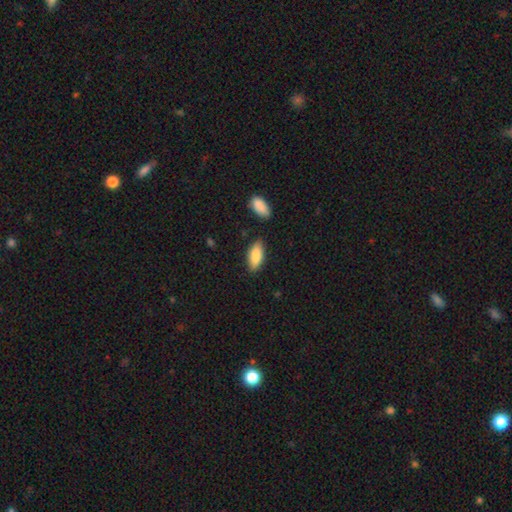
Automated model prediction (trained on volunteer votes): Smooth or featured? smooth (86%)
How rounded? in between (85%)
Merging? none (80%)